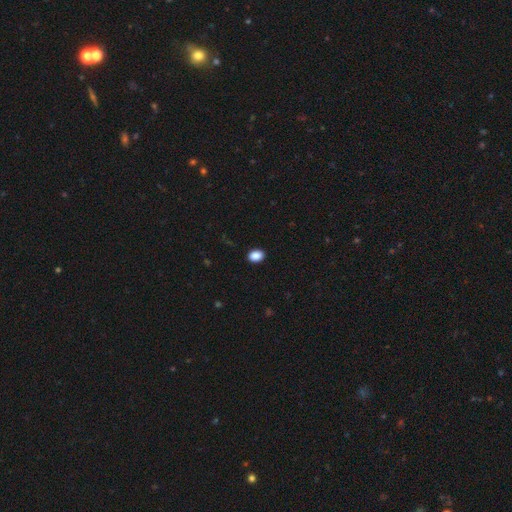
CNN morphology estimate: Smooth or featured: smooth — 89% (star or artifact — 8%)
How rounded: in between — 75% (round — 24%)
Merging: none — 91% (minor disturbance — 7%)